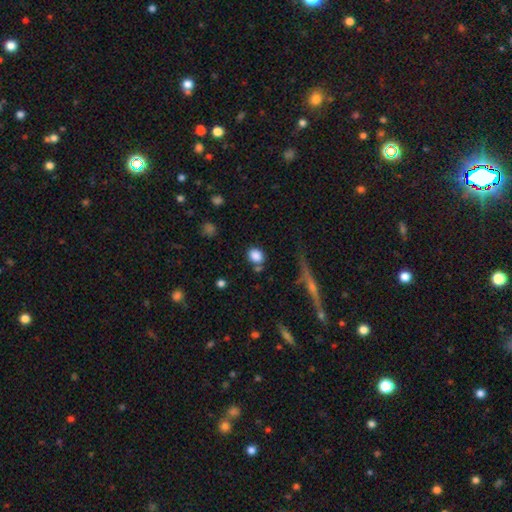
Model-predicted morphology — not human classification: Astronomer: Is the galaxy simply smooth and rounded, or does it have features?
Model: smooth — 85%.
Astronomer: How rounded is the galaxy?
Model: round — 56% (runner-up: in between, 42%).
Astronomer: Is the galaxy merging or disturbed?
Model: none — 71%.